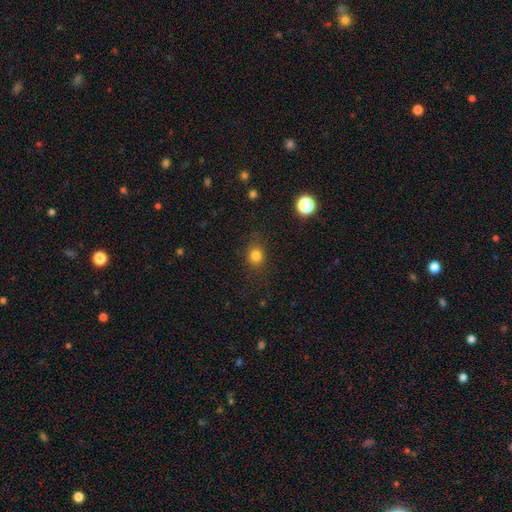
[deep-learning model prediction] Smooth or featured? smooth (82%)
How rounded? round (77%)
Merging? none (83%)